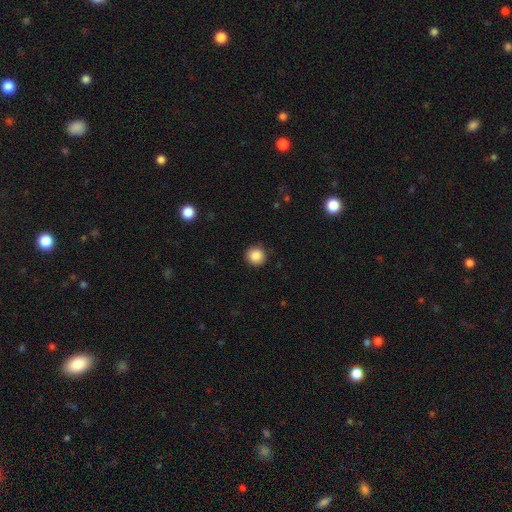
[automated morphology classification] Smooth or featured? smooth (88%)
How rounded? round (95%)
Merging? none (91%)